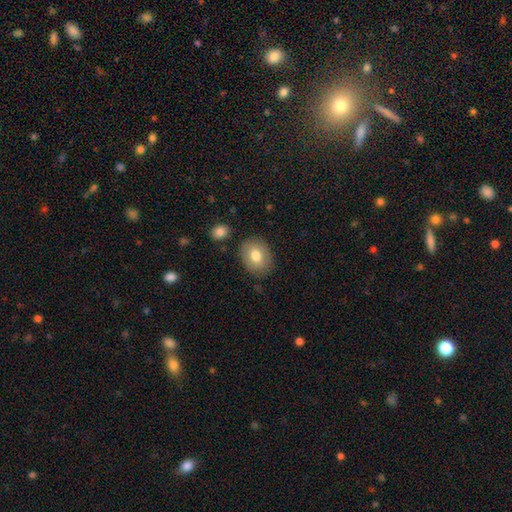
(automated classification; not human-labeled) Smooth or featured?
  - smooth: 76% *
  - featured or disk: 16%
  - star or artifact: 8%
How rounded?
  - in between: 60% *
  - round: 40%
  - cigar-shaped: 1%
Merging?
  - none: 83% *
  - minor disturbance: 11%
  - major disturbance: 3%
  - merger: 3%